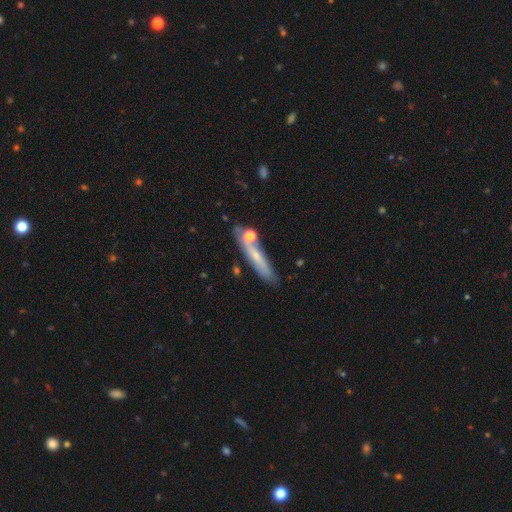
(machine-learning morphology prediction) smooth_or_featured: smooth (p=0.51) [alt: featured or disk p=0.40]
how_rounded: cigar-shaped (p=0.86) [alt: in between p=0.10]
merging: none (p=0.69) [alt: minor disturbance p=0.16]